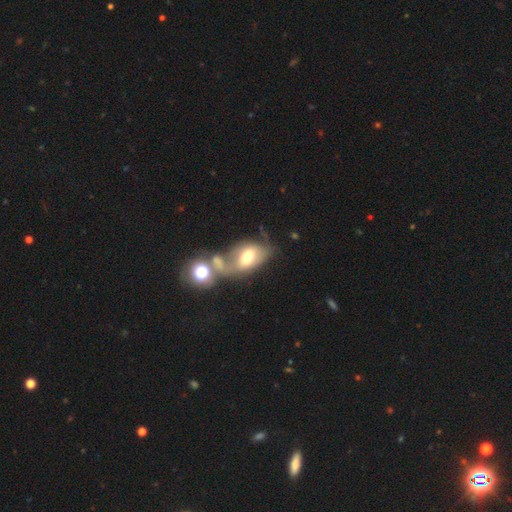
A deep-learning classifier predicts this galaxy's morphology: Smooth or featured?
  - smooth: 42% *
  - featured or disk: 36%
  - star or artifact: 23%
Merging?
  - merger: 47% *
  - none: 37%
  - minor disturbance: 10%
  - major disturbance: 7%